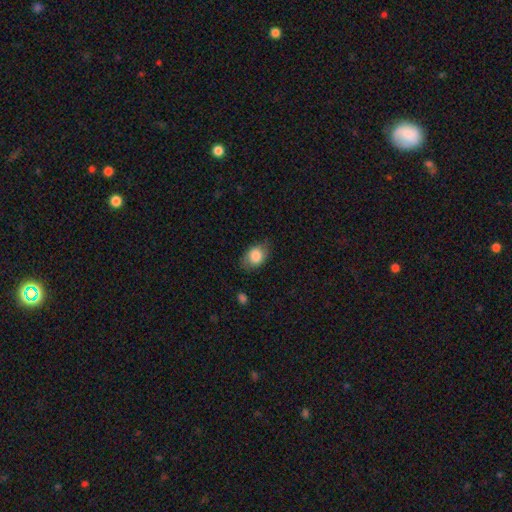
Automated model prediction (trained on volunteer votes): This appears to be a smooth galaxy with no disk features (83%) that is in between round and cigar-shaped (76%). Merging: none (75%).